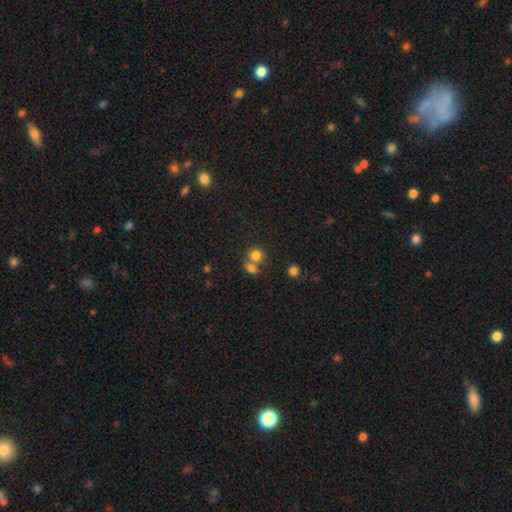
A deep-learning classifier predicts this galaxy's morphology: This appears to be a smooth galaxy with no disk features (79%) that is round (78%). Merging: none (46%).